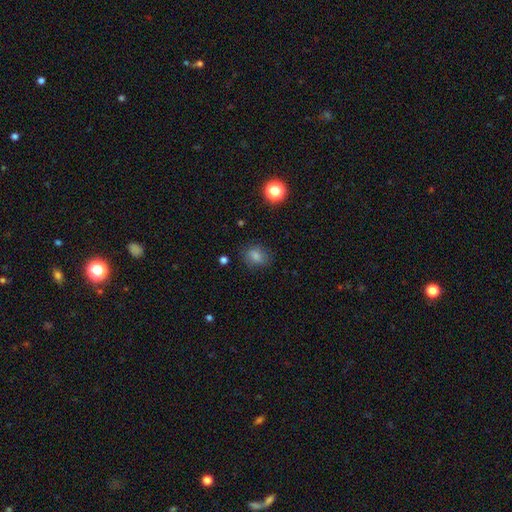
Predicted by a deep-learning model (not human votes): Smooth or featured?
  - smooth: 77% *
  - star or artifact: 13%
  - featured or disk: 10%
How rounded?
  - in between: 51% *
  - round: 48%
  - cigar-shaped: 1%
Merging?
  - none: 74% *
  - minor disturbance: 18%
  - major disturbance: 6%
  - merger: 2%